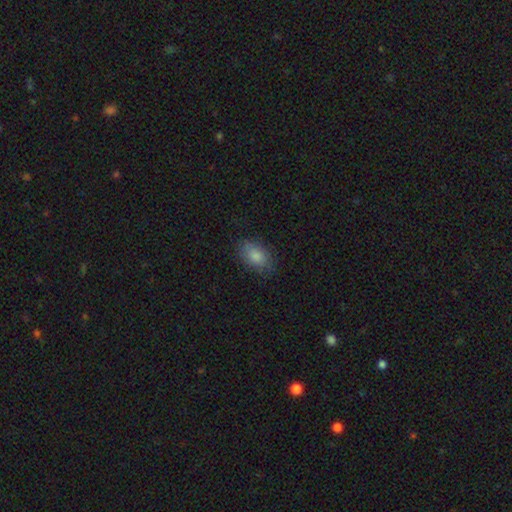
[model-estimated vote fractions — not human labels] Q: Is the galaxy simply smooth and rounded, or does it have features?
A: smooth — 84%.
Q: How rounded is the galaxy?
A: in between — 89%.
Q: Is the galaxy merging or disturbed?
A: none — 78%.